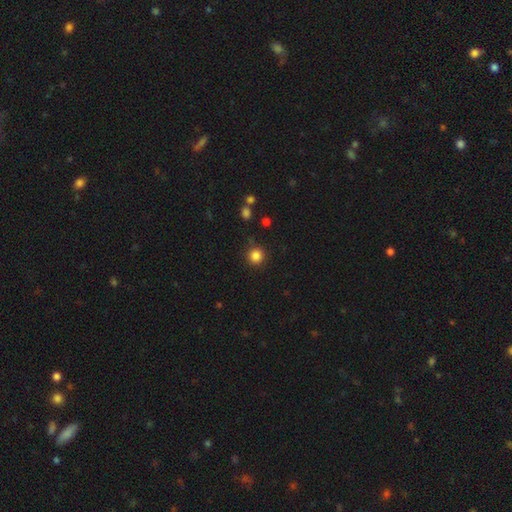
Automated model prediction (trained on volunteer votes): This is clearly a smooth galaxy (84%). How rounded: clearly round (94%). Merging: clearly none (88%).